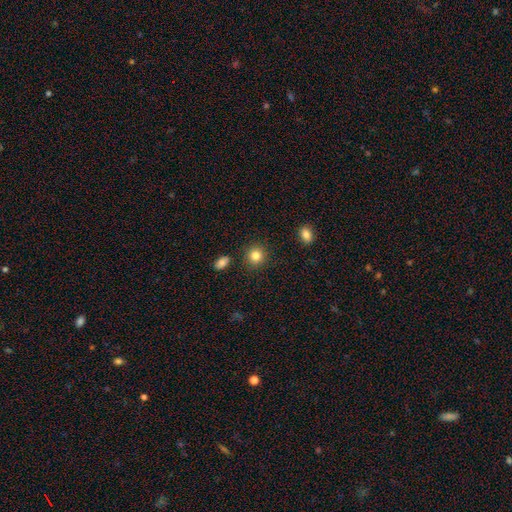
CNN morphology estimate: Smooth or featured? smooth (84%)
How rounded? round (89%)
Merging? none (89%)